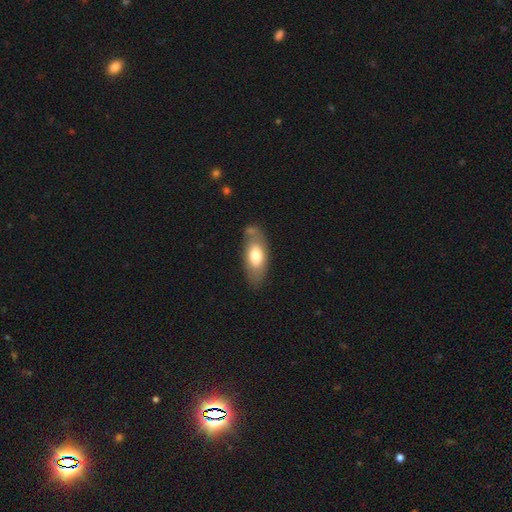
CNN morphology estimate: This is likely a smooth galaxy (66%). How rounded: clearly in between (82%). Merging: likely none (68%).